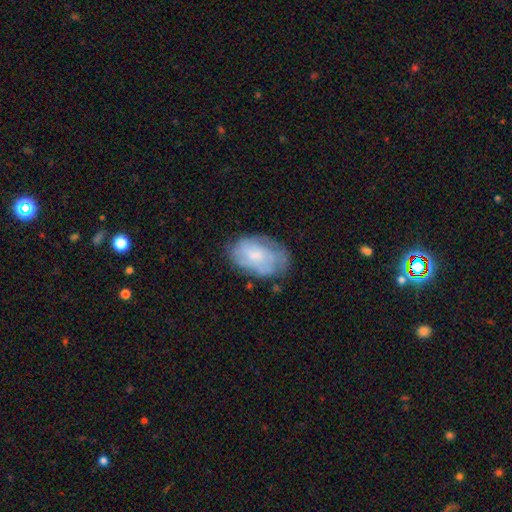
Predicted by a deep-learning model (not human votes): This is possibly a smooth galaxy (48%). Merging: likely none (62%).